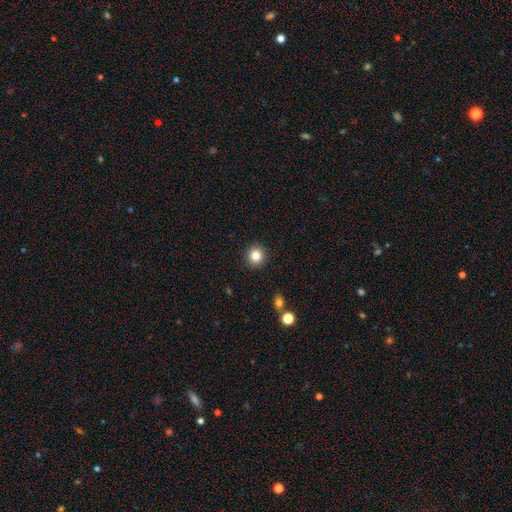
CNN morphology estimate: smooth_or_featured: smooth (p=0.83) [alt: star or artifact p=0.11]
how_rounded: round (p=0.92) [alt: in between p=0.07]
merging: none (p=0.92) [alt: minor disturbance p=0.05]